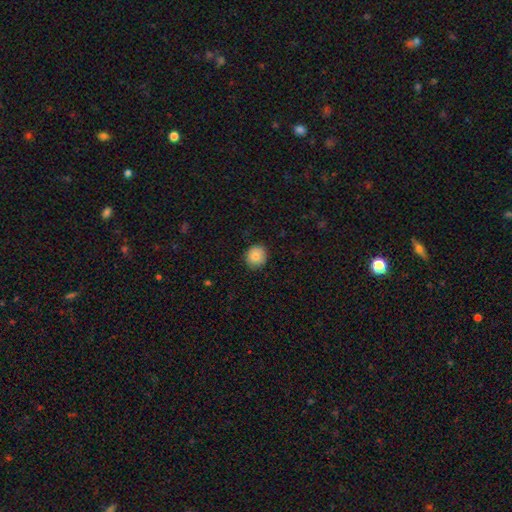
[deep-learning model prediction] A smooth galaxy with no disk features (85%) that is round (85%).

Vote fractions:
- Smooth or featured? smooth: 85% / star or artifact: 9% / featured or disk: 6%
- How rounded? round: 85% / in between: 14% / cigar-shaped: 1%
- Merging? none: 87% / minor disturbance: 10% / major disturbance: 2% / merger: 1%